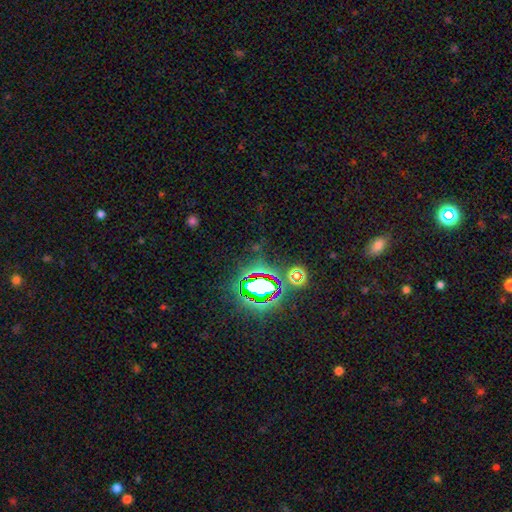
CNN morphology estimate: star or artifact 79%, smooth 12%, featured or disk 8%.